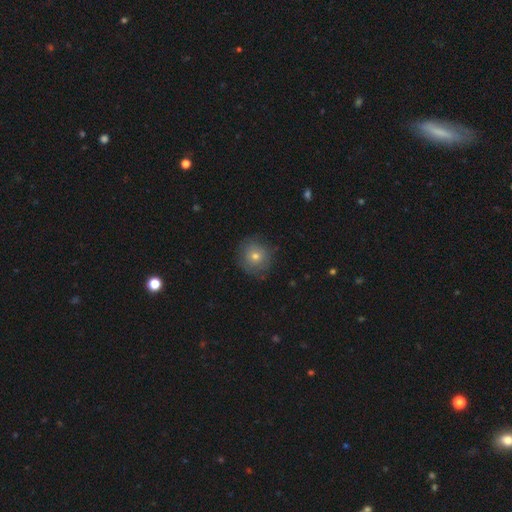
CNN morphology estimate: A smooth galaxy with no disk features (64%) that is round (91%). Merging: none (82%).